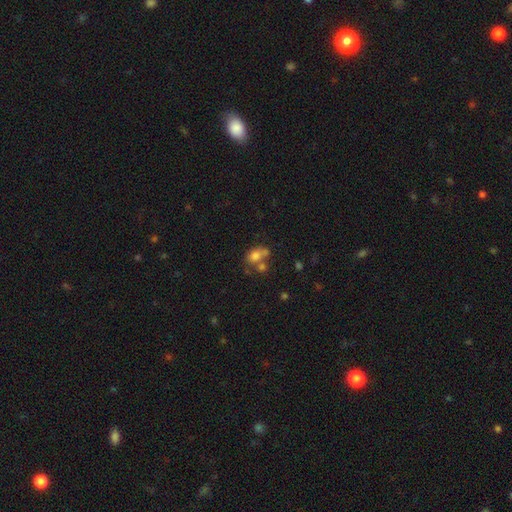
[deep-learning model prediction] The model was most divided on "merging": merger: 43%, none: 35%, minor disturbance: 14%, major disturbance: 8%. More confident: smooth or featured — smooth (70%); how rounded — in between (67%).